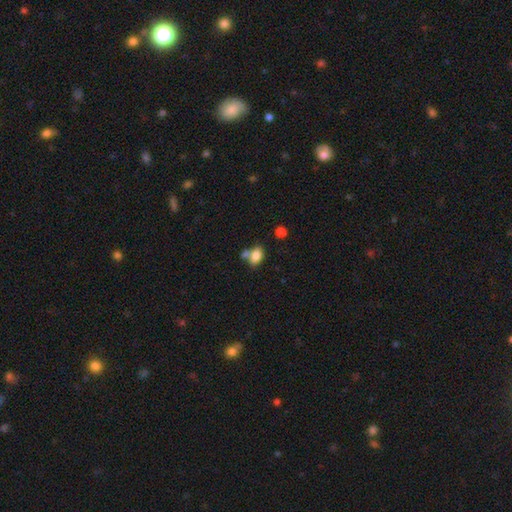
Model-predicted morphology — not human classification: smooth_or_featured: smooth (p=0.82) [alt: star or artifact p=0.09]
how_rounded: in between (p=0.86) [alt: round p=0.12]
merging: none (p=0.46) [alt: merger p=0.34]